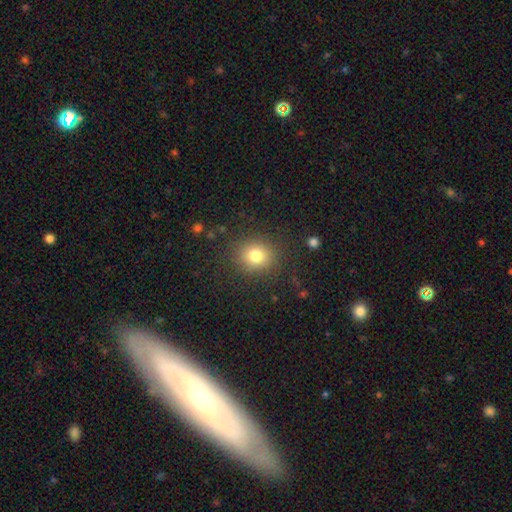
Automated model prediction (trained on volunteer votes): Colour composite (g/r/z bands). It shows a smooth galaxy with no disk features (78%) that is round (80%). Merging: none (86%).